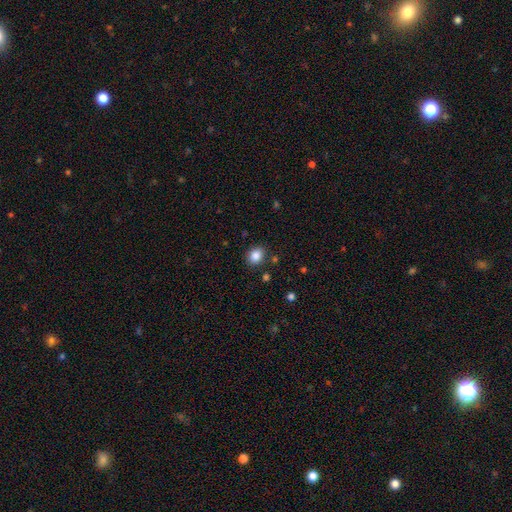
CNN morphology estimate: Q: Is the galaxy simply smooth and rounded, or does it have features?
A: smooth — 85%.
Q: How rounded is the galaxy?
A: round — 62%.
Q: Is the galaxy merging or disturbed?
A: none — 86%.